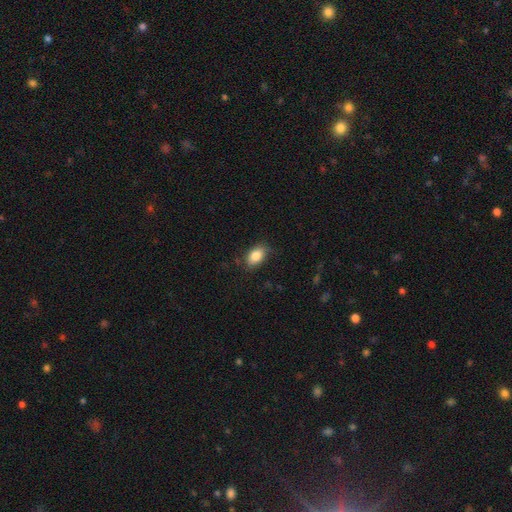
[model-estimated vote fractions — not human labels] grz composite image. It shows a smooth galaxy with no disk features (84%) that is in between round and cigar-shaped (87%). Merging: none (77%).